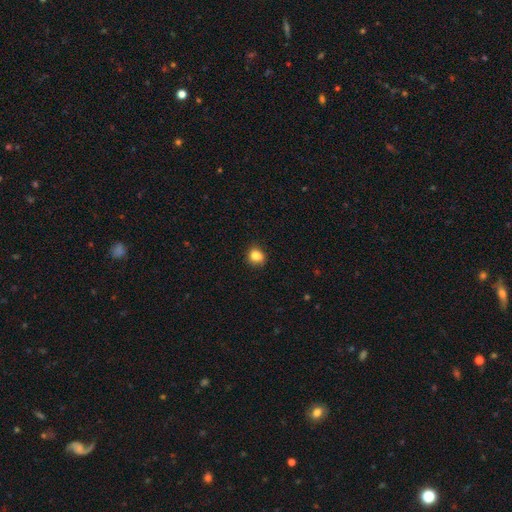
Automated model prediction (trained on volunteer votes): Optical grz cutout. It shows a smooth galaxy with no disk features (84%) that is round (70%). Merging: none (80%).